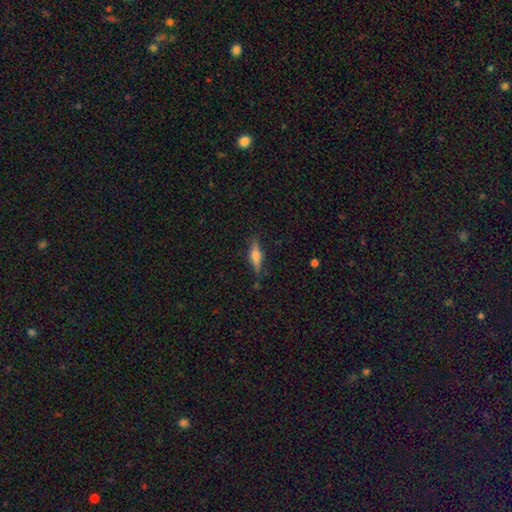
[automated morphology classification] smooth_or_featured: featured or disk (p=0.51) [alt: smooth p=0.41]
disk_edge_on: yes (p=0.94) [alt: no p=0.06]
merging: none (p=0.82) [alt: minor disturbance p=0.13]